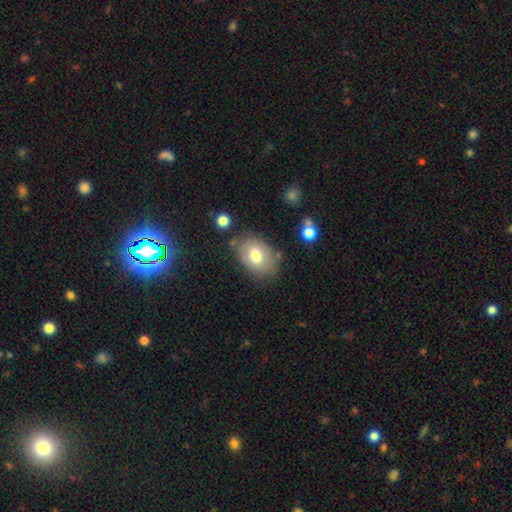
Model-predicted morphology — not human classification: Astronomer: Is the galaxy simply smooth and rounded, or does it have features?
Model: smooth — 73%.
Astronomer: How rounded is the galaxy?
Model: in between — 84%.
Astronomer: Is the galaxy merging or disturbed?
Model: none — 72%.